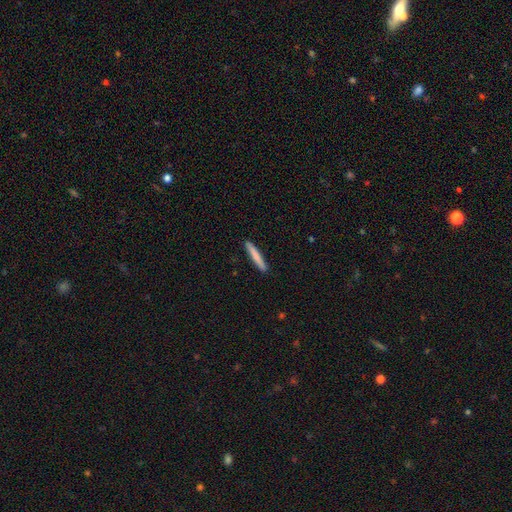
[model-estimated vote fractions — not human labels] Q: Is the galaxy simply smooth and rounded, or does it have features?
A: smooth — 77%.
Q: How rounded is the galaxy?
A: cigar-shaped — 96%.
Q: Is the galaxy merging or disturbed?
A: none — 91%.